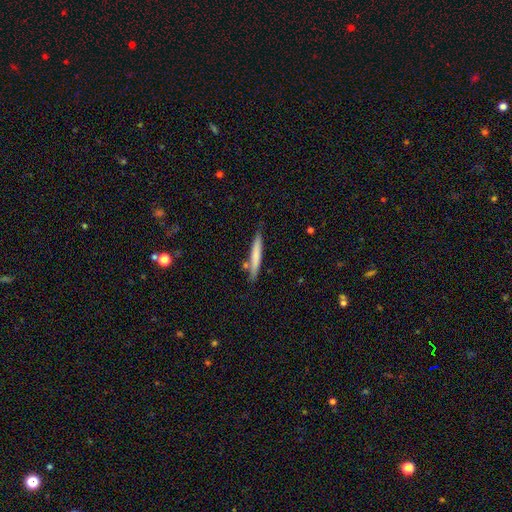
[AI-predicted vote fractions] Q: Smooth or featured?
A: smooth (69%); runner-up: featured or disk (25%)
Q: How rounded?
A: cigar-shaped (94%); runner-up: in between (4%)
Q: Merging?
A: none (79%); runner-up: minor disturbance (13%)